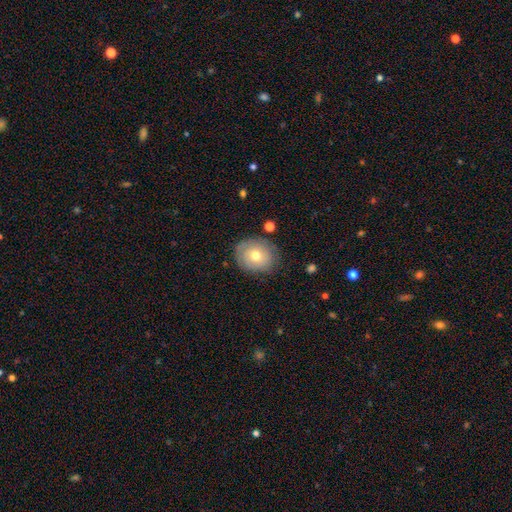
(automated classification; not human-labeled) Smooth or featured: smooth — 58% (featured or disk — 33%)
How rounded: round — 71% (in between — 29%)
Merging: none — 77% (minor disturbance — 16%)